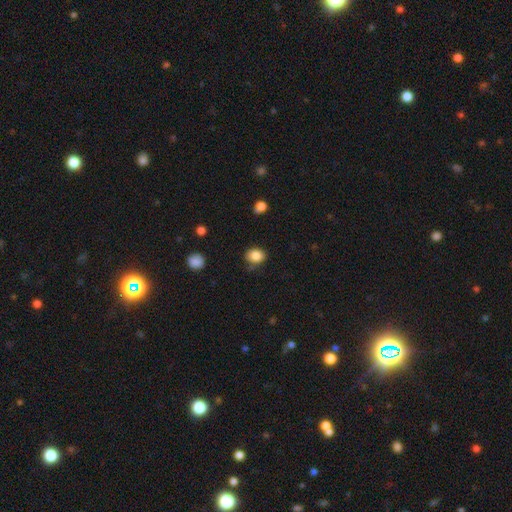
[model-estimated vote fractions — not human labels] Q: Smooth or featured?
A: smooth (85%); runner-up: star or artifact (10%)
Q: How rounded?
A: round (55%); runner-up: in between (44%)
Q: Merging?
A: none (70%); runner-up: minor disturbance (23%)